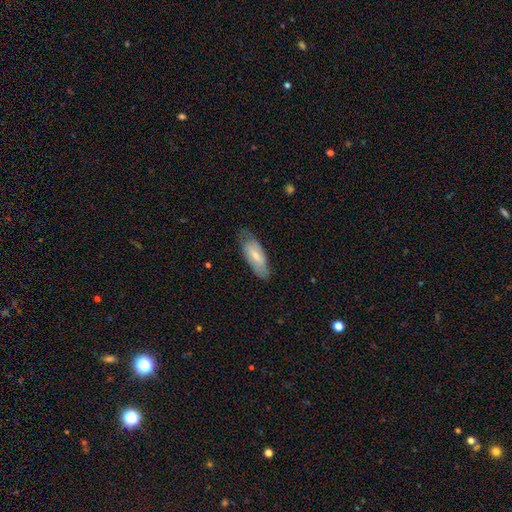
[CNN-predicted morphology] Smooth or featured?
  - smooth: 55% *
  - featured or disk: 39%
  - star or artifact: 6%
How rounded?
  - in between: 76% *
  - cigar-shaped: 22%
  - round: 2%
Merging?
  - none: 70% *
  - minor disturbance: 22%
  - major disturbance: 6%
  - merger: 1%